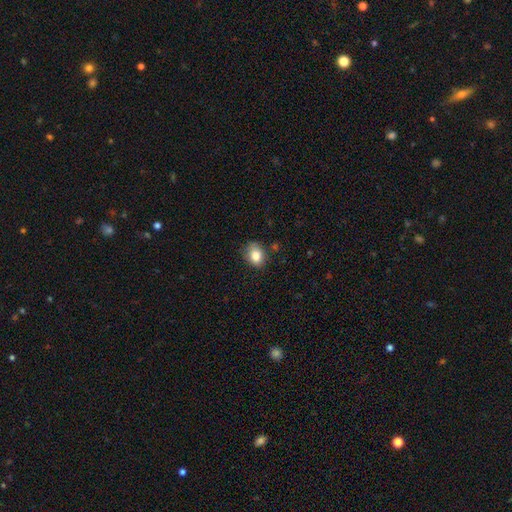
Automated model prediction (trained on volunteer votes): This appears to be a smooth galaxy with no disk features (83%) that is in between round and cigar-shaped (57%). Merging: none (73%).